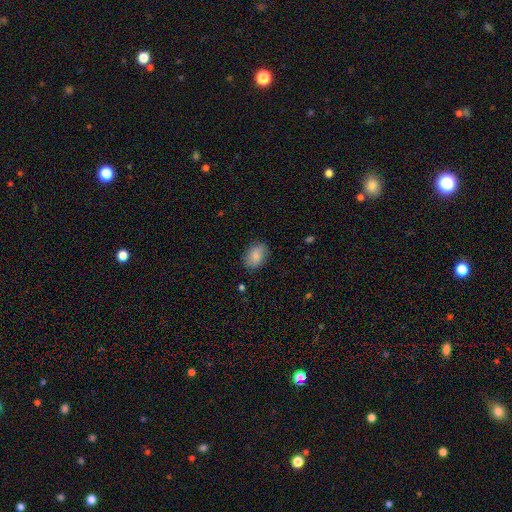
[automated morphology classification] Q: Smooth or featured?
A: smooth (85%); runner-up: featured or disk (8%)
Q: How rounded?
A: in between (76%); runner-up: round (23%)
Q: Merging?
A: none (84%); runner-up: minor disturbance (12%)